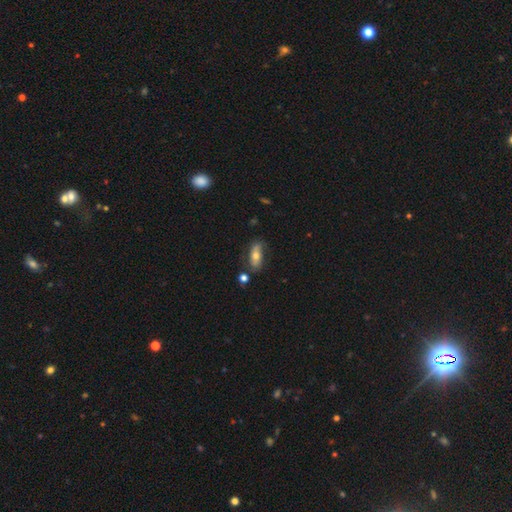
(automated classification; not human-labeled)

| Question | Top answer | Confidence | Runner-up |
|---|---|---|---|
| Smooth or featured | smooth | 54% | featured or disk (38%) |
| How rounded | in between | 74% | cigar-shaped (22%) |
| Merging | none | 66% | minor disturbance (21%) |